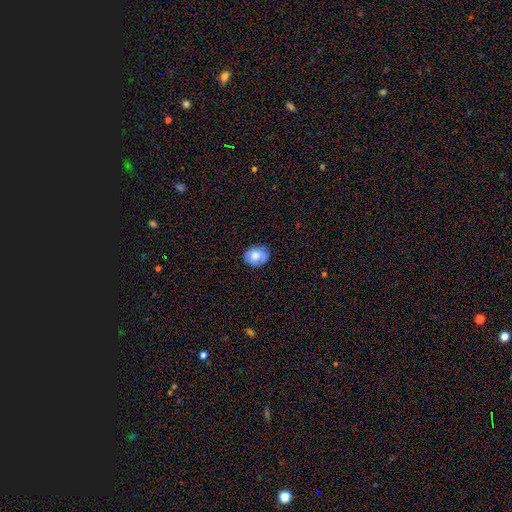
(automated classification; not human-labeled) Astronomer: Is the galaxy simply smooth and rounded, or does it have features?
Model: smooth — 74%.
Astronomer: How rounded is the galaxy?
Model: in between — 50% (runner-up: round, 49%).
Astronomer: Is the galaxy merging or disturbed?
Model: none — 76%.